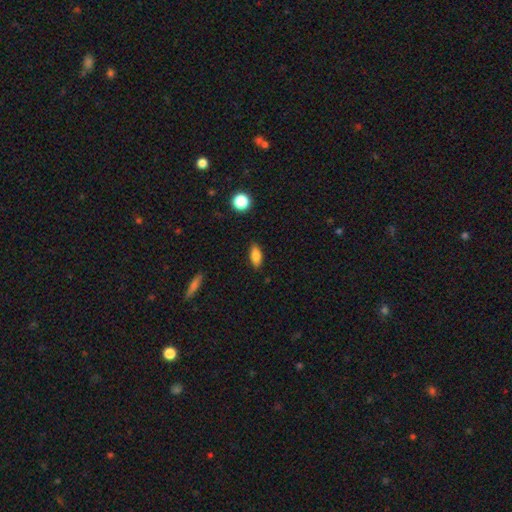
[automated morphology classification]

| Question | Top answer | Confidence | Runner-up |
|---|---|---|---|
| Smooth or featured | smooth | 82% | featured or disk (9%) |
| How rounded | in between | 82% | cigar-shaped (14%) |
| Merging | none | 86% | minor disturbance (10%) |